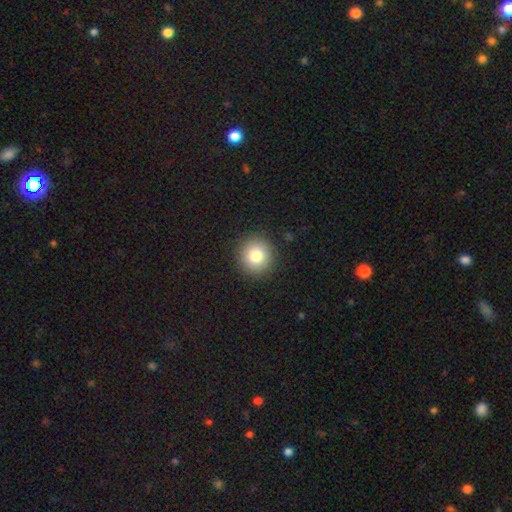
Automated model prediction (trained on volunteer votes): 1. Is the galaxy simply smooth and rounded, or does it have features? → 80% smooth, 11% star or artifact, 9% featured or disk.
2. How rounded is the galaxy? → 92% round, 7% in between, 1% cigar-shaped.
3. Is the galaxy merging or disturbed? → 91% none, 6% minor disturbance, 2% major disturbance, 1% merger.